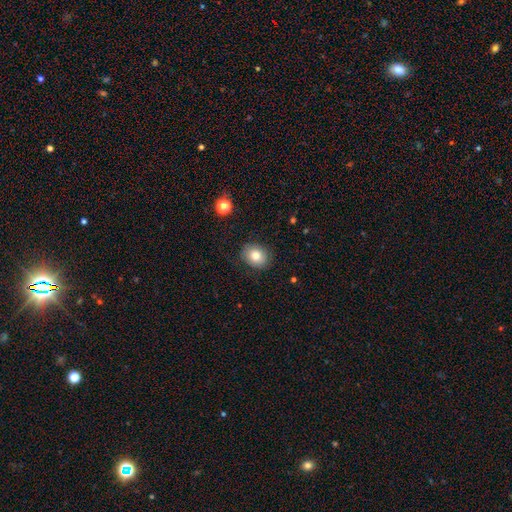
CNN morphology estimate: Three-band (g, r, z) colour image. It shows a smooth galaxy with no disk features (81%) that is in between round and cigar-shaped (52%). Merging: none (85%).